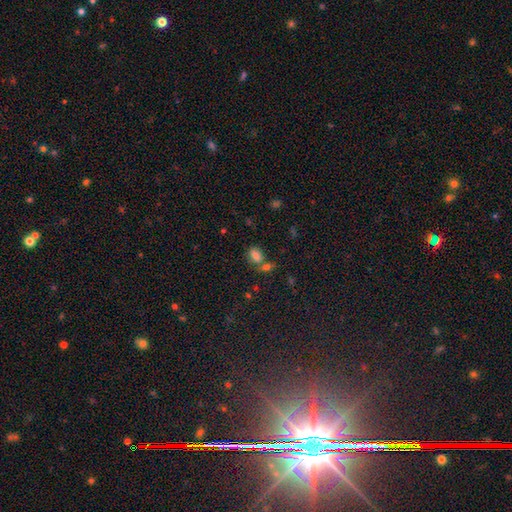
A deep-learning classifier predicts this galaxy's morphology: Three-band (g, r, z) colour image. It shows a smooth galaxy with no disk features (75%) that is in between round and cigar-shaped (79%). Merging: none (48%).